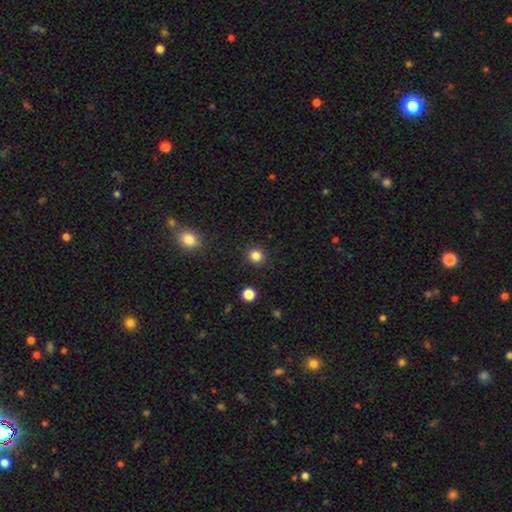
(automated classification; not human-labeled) Smooth or featured? smooth (84%)
How rounded? round (92%)
Merging? none (91%)